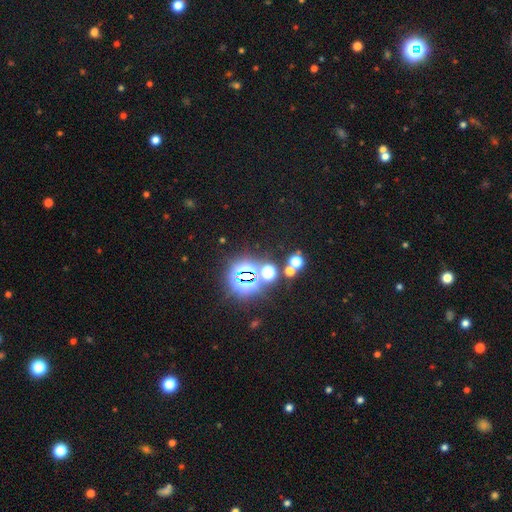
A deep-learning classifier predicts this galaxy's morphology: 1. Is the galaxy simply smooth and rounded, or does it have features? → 78% star or artifact, 14% smooth, 8% featured or disk.